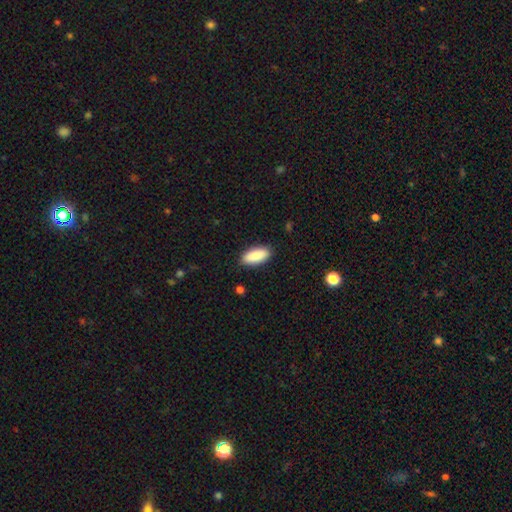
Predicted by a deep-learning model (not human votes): Smooth or featured? smooth (86%)
How rounded? in between (85%)
Merging? none (88%)